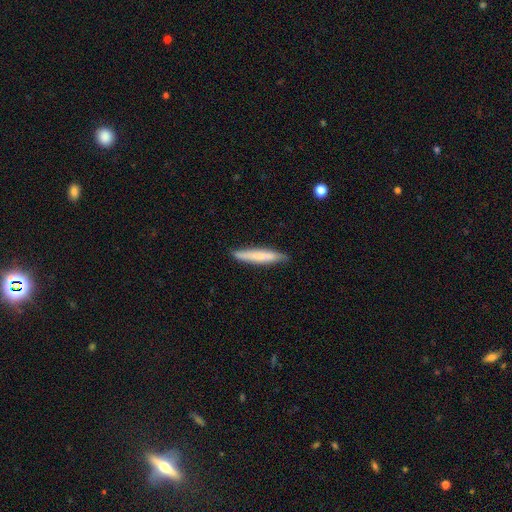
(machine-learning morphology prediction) The model was most divided on "smooth or featured": smooth: 71%, featured or disk: 23%, star or artifact: 6%. More confident: how rounded — cigar-shaped (93%); merging — none (87%).